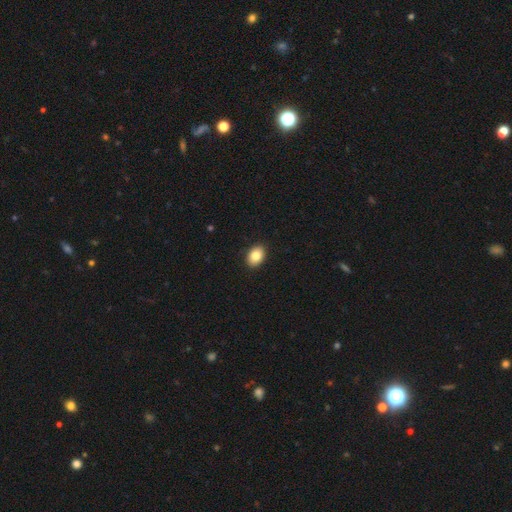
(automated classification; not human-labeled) Smooth or featured: smooth — 85% (star or artifact — 8%)
How rounded: in between — 79% (round — 20%)
Merging: none — 91% (minor disturbance — 7%)